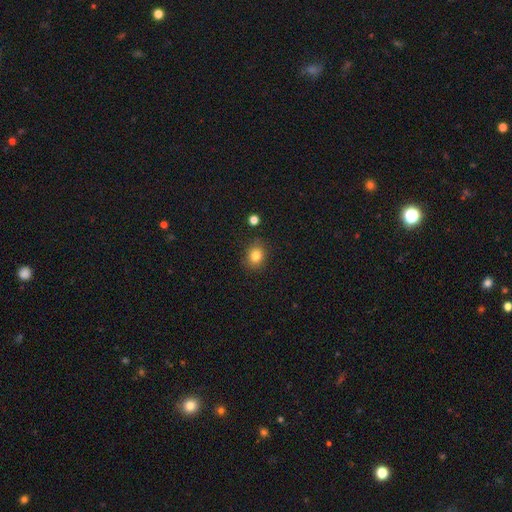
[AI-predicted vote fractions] smooth 82%, star or artifact 11%, featured or disk 7%. Down the decision tree: how rounded — round (61%); merging — none (84%).